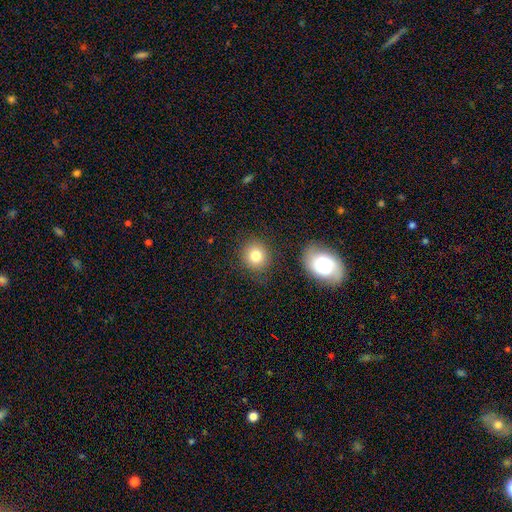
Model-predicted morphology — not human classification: smooth-or-featured: smooth: 81% | star or artifact: 10% | featured or disk: 9%
  how-rounded: round: 85% | in between: 14% | cigar-shaped: 1%
  merging: none: 83% | minor disturbance: 9% | merger: 4% | major disturbance: 3%